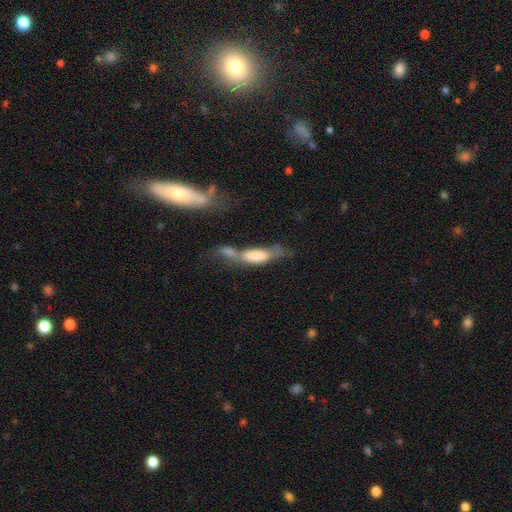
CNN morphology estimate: type=smooth (54%); roundness=in between (50%); merging=merger (56%).